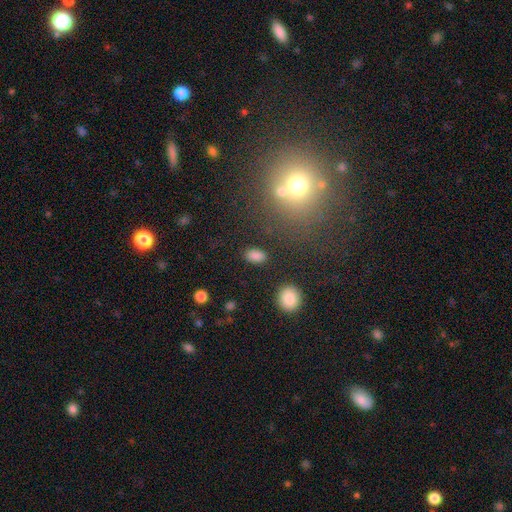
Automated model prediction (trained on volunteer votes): Smooth or featured? Predicted: smooth (p=0.85). How rounded? Predicted: in between (p=0.90). Merging? Predicted: none (p=0.87).